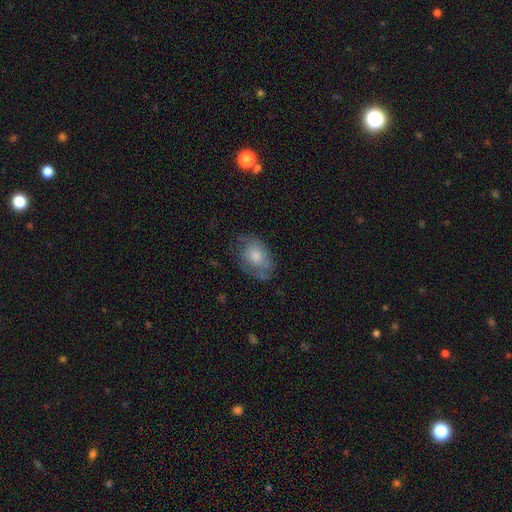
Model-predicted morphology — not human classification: featured or disk 46%, smooth 44%, star or artifact 9%. Down the decision tree: merging — none (62%).